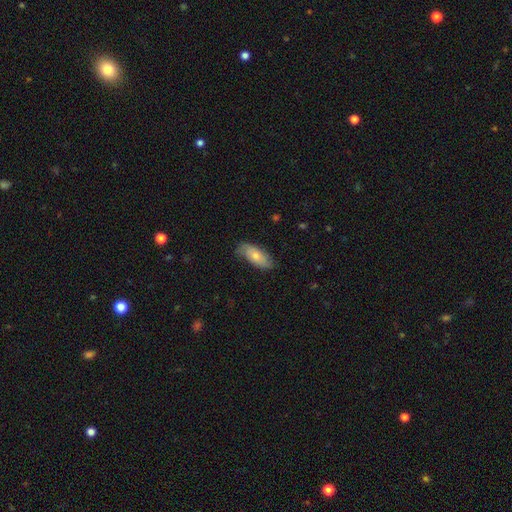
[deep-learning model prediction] smooth-or-featured: smooth: 67% | featured or disk: 27% | star or artifact: 6%
  how-rounded: in between: 83% | cigar-shaped: 15% | round: 2%
  merging: none: 73% | minor disturbance: 22% | major disturbance: 4% | merger: 1%